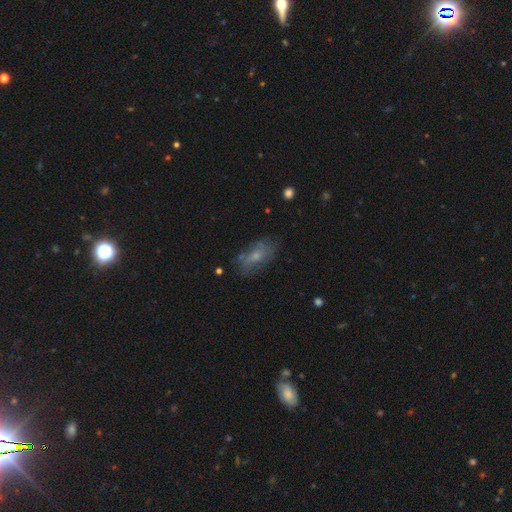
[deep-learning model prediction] smooth 51%, featured or disk 38%, star or artifact 11%. Down the decision tree: how rounded — in between (85%); merging — none (63%).